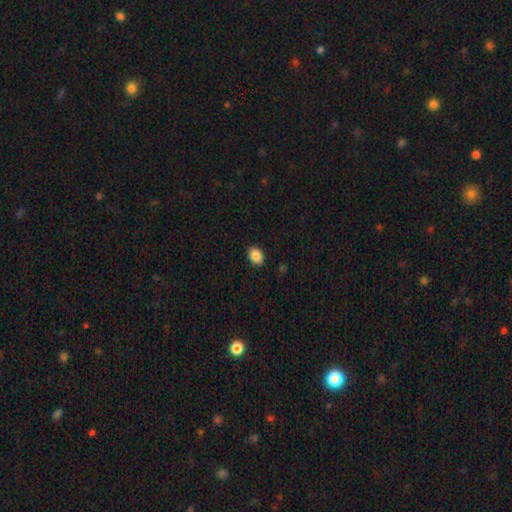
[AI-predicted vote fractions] Smooth or featured?
  - smooth: 87% *
  - star or artifact: 8%
  - featured or disk: 5%
How rounded?
  - in between: 71% *
  - round: 28%
  - cigar-shaped: 1%
Merging?
  - none: 89% *
  - minor disturbance: 8%
  - major disturbance: 2%
  - merger: 1%